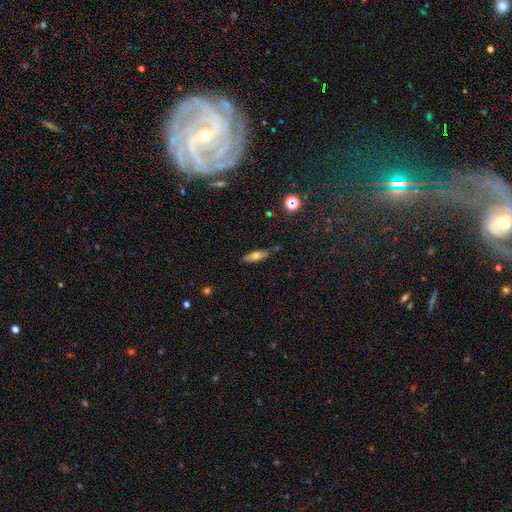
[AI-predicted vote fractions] This appears to be a smooth galaxy with no disk features (65%) that is in between round and cigar-shaped (55%). Merging: none (82%).